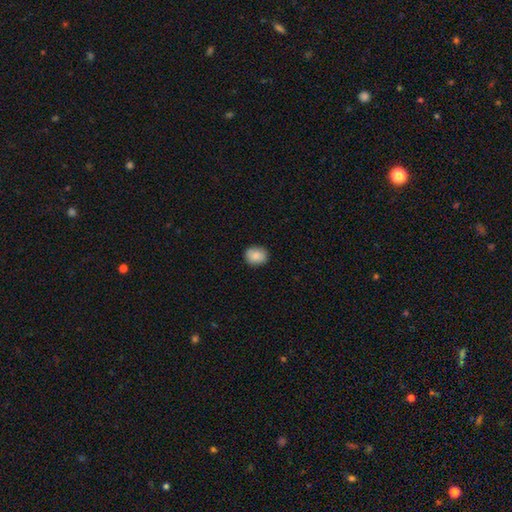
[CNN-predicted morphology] Smooth or featured? Predicted: smooth (p=0.85). How rounded? Predicted: round (p=0.62). Merging? Predicted: none (p=0.85).